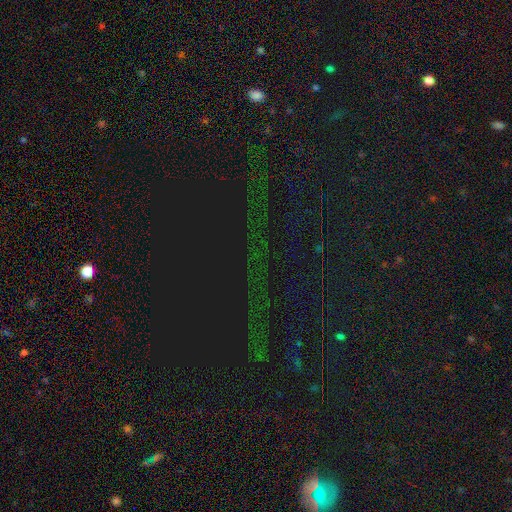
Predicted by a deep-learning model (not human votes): The model was most divided on "smooth or featured": star or artifact: 81%, smooth: 11%, featured or disk: 8%.